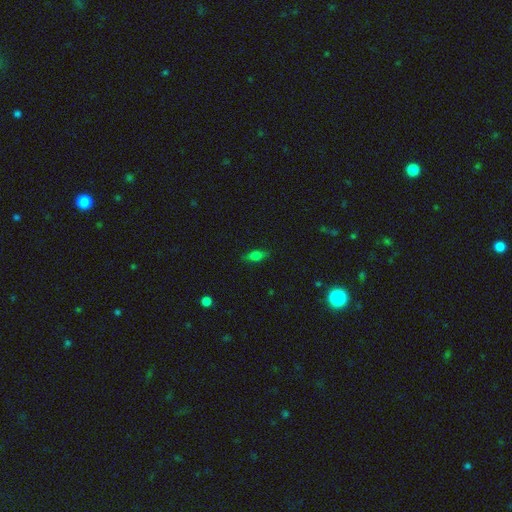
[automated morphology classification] The model was most divided on "smooth or featured": smooth: 63%, featured or disk: 24%, star or artifact: 12%. More confident: merging — none (83%); how rounded — in between (68%).